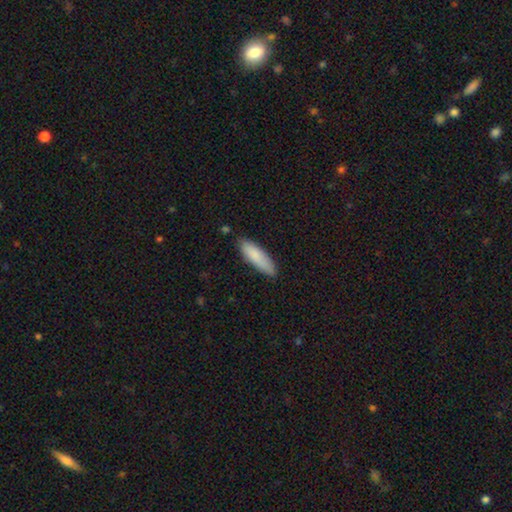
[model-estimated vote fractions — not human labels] smooth-or-featured: smooth: 85% | featured or disk: 9% | star or artifact: 6%
  how-rounded: cigar-shaped: 55% | in between: 44% | round: 1%
  merging: none: 81% | minor disturbance: 15% | major disturbance: 2% | merger: 2%